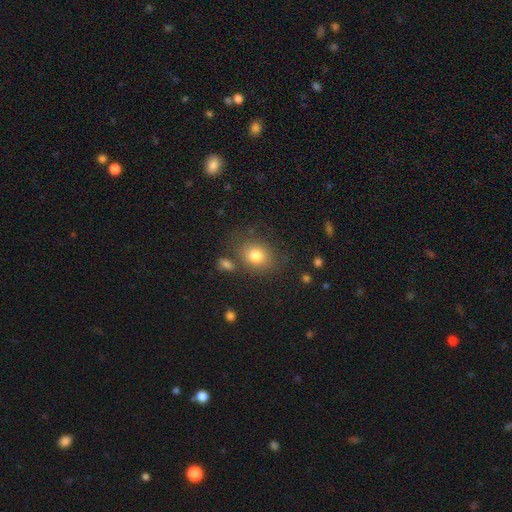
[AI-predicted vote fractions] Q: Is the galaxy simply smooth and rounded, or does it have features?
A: smooth — 80%.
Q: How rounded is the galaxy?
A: round — 55%.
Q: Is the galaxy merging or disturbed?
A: none — 72%.